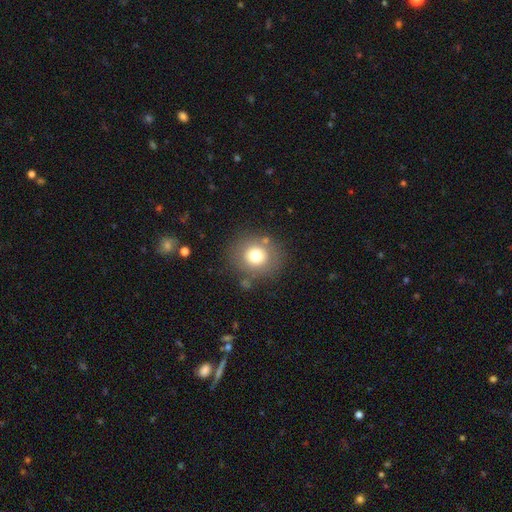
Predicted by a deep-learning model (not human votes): The model was most divided on "smooth or featured": smooth: 72%, featured or disk: 16%, star or artifact: 12%. More confident: how rounded — round (84%); merging — none (80%).